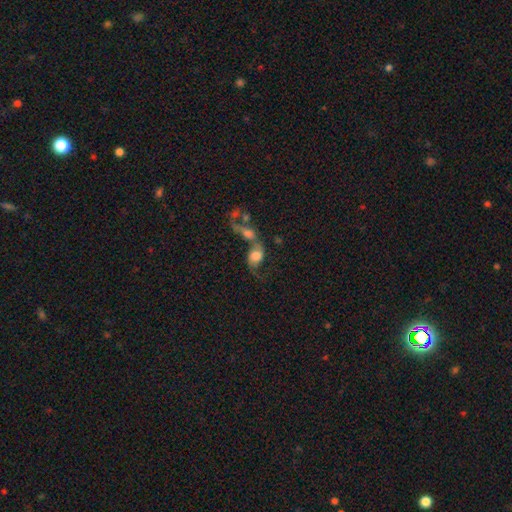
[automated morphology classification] A featured or disk galaxy (50%).

Vote fractions:
- Smooth or featured? featured or disk: 50% / smooth: 40% / star or artifact: 10%
- Merging? merger: 60% / none: 18% / major disturbance: 14% / minor disturbance: 8%